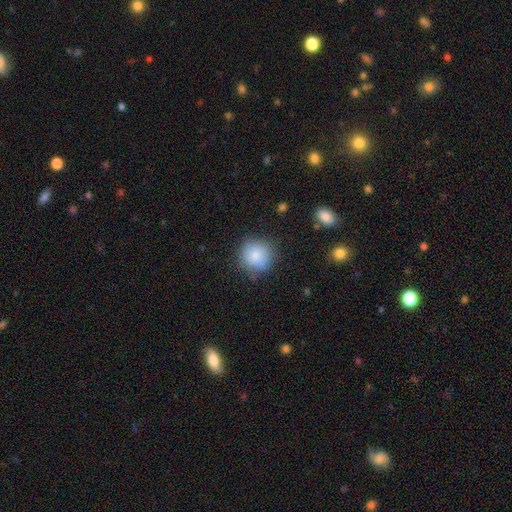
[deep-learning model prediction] Overall: smooth (84%). How rounded: round (92%). Merging: none (81%).